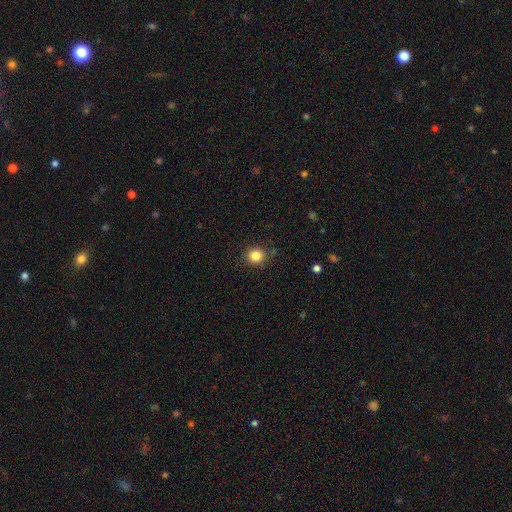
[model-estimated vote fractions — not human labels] A smooth galaxy with no disk features (84%) that is round (87%). Merging: none (87%).